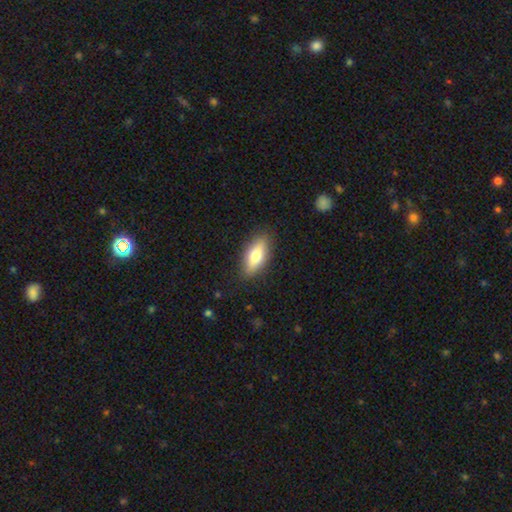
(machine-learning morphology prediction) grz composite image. It shows a smooth galaxy with no disk features (73%) that is in between round and cigar-shaped (79%). Merging: none (85%).